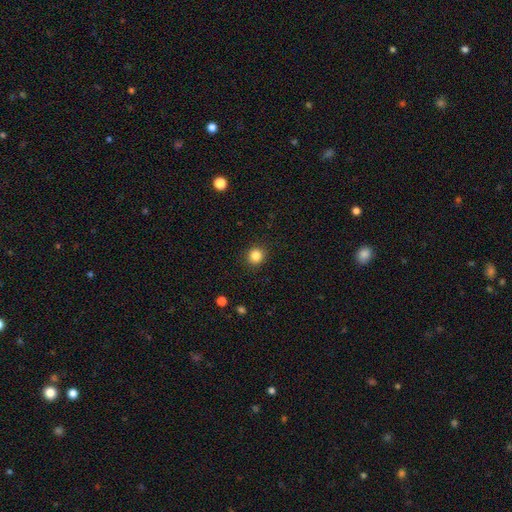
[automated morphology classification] Smooth or featured? smooth (85%)
How rounded? round (88%)
Merging? none (90%)